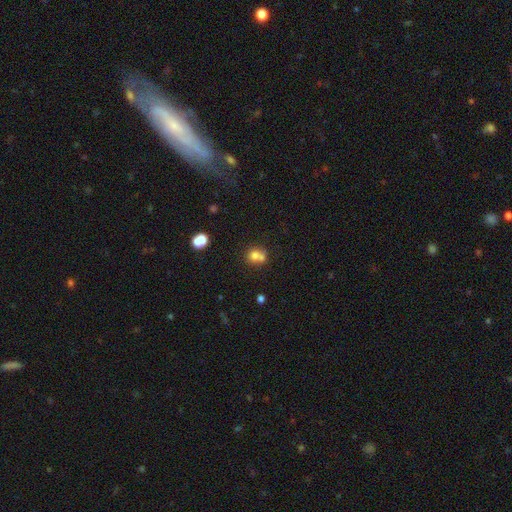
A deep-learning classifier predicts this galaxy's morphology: Smooth or featured?
  - smooth: 70% *
  - featured or disk: 16%
  - star or artifact: 13%
How rounded?
  - round: 79% *
  - in between: 20%
  - cigar-shaped: 1%
Merging?
  - merger: 51% *
  - none: 38%
  - minor disturbance: 8%
  - major disturbance: 3%